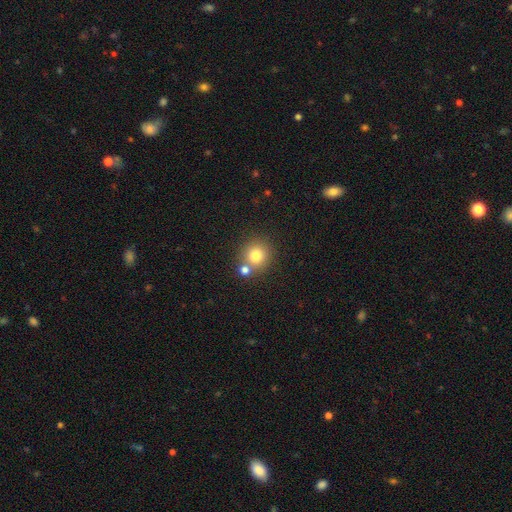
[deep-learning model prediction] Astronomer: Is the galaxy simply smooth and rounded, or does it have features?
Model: smooth — 78%.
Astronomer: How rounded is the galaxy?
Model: round — 90%.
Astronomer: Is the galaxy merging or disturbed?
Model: none — 65%.